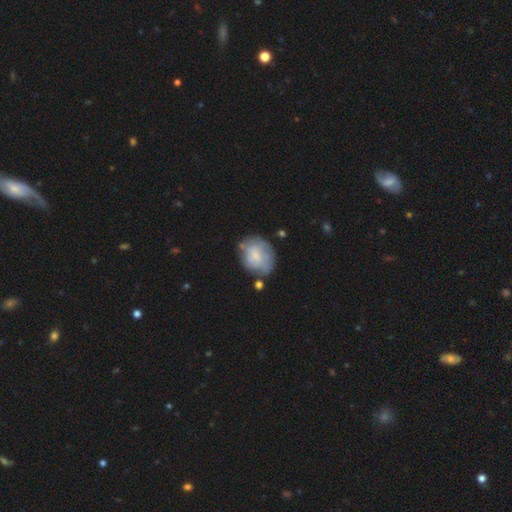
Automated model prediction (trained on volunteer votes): This appears to be a smooth galaxy with no disk features (60%) that is round (50%). Merging: none (53%).